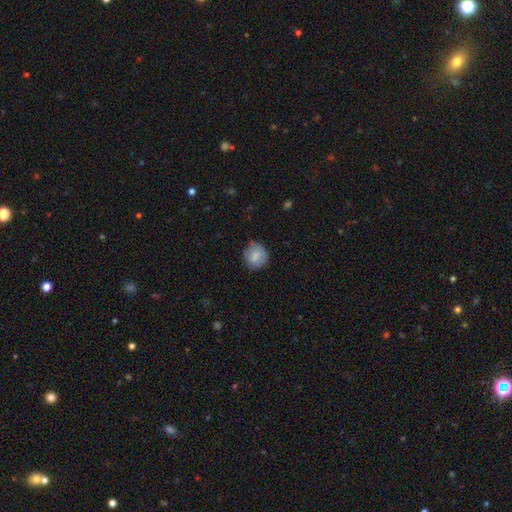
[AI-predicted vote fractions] Q: Smooth or featured?
A: smooth (78%); runner-up: featured or disk (14%)
Q: How rounded?
A: round (83%); runner-up: in between (16%)
Q: Merging?
A: none (72%); runner-up: minor disturbance (21%)